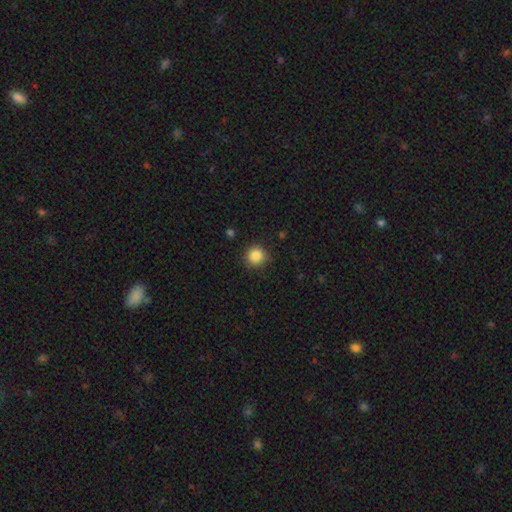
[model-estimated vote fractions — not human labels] This appears to be a smooth galaxy with no disk features (86%) that is round (93%). Merging: none (86%).